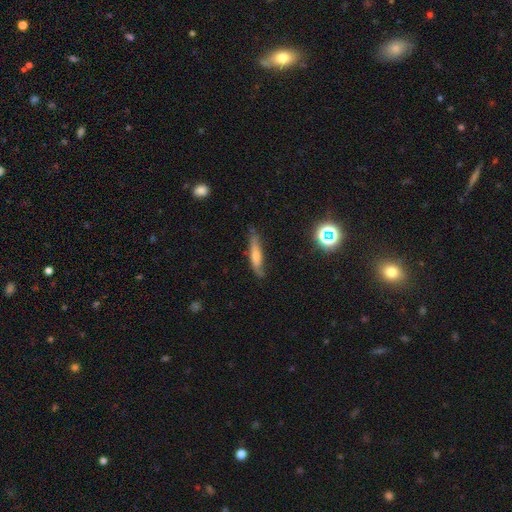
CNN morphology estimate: The model was most divided on "smooth or featured": smooth: 51%, featured or disk: 38%, star or artifact: 11%. More confident: how rounded — cigar-shaped (83%); merging — none (71%).